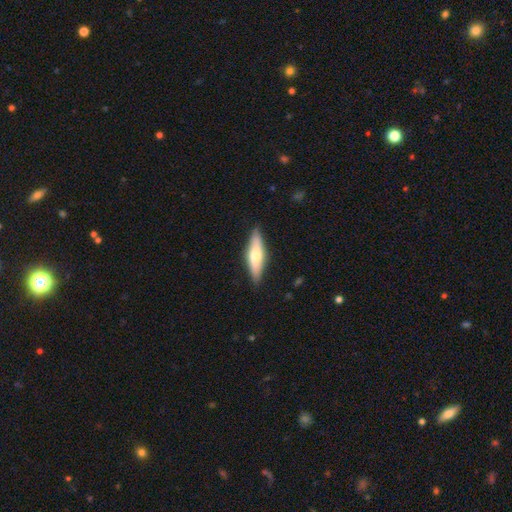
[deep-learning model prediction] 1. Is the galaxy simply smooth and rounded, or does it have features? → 54% smooth, 41% featured or disk, 5% star or artifact.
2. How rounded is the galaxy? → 61% cigar-shaped, 37% in between, 2% round.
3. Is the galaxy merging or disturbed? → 85% none, 12% minor disturbance, 2% major disturbance, 1% merger.